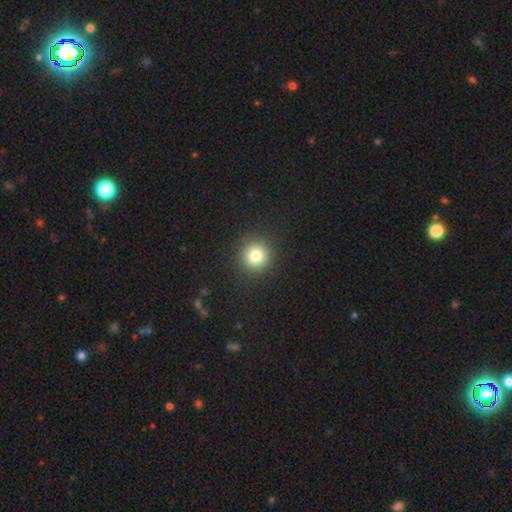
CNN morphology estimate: Smooth or featured?
  - smooth: 80% *
  - star or artifact: 13%
  - featured or disk: 7%
How rounded?
  - round: 92% *
  - in between: 7%
  - cigar-shaped: 1%
Merging?
  - none: 91% *
  - minor disturbance: 6%
  - major disturbance: 2%
  - merger: 1%